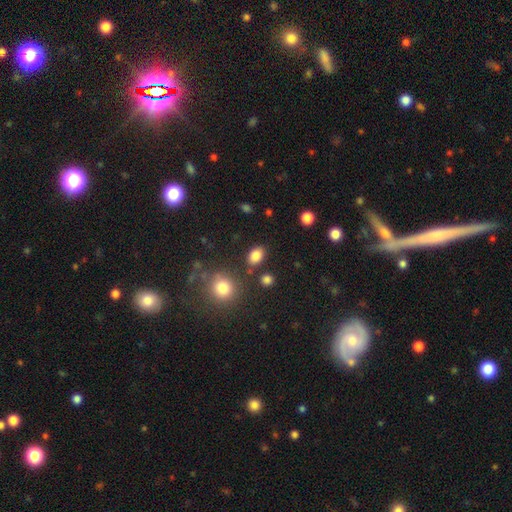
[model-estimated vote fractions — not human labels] The model was most divided on "how rounded": in between: 77%, round: 21%, cigar-shaped: 1%. More confident: smooth or featured — smooth (84%); merging — none (80%).